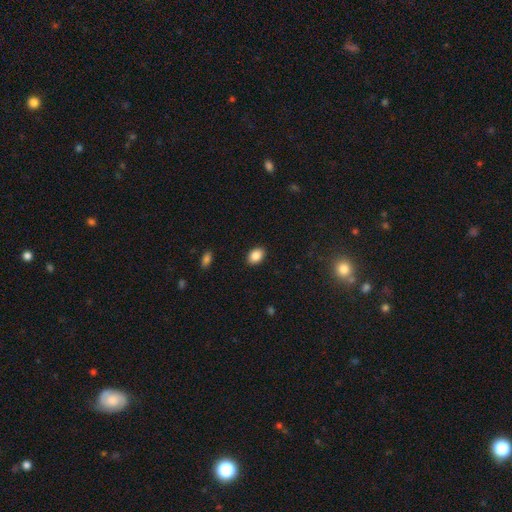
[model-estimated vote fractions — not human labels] This appears to be a smooth galaxy with no disk features (87%) that is in between round and cigar-shaped (76%). Merging: none (89%).